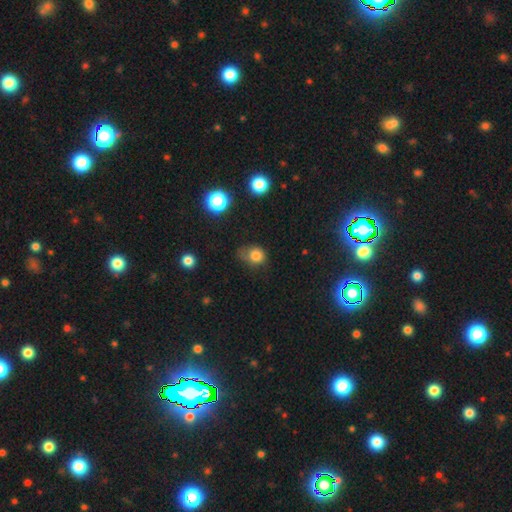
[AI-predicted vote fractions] Smooth or featured? smooth (79%)
How rounded? round (61%)
Merging? none (40%)